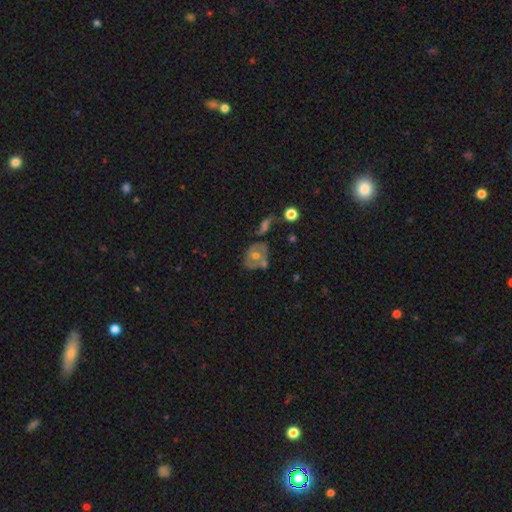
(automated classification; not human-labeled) Smooth or featured?
  - featured or disk: 53% *
  - smooth: 39%
  - star or artifact: 8%
Edge-on disk?
  - no: 94% *
  - yes: 6%
Merging?
  - none: 47% *
  - minor disturbance: 22%
  - merger: 17%
  - major disturbance: 14%